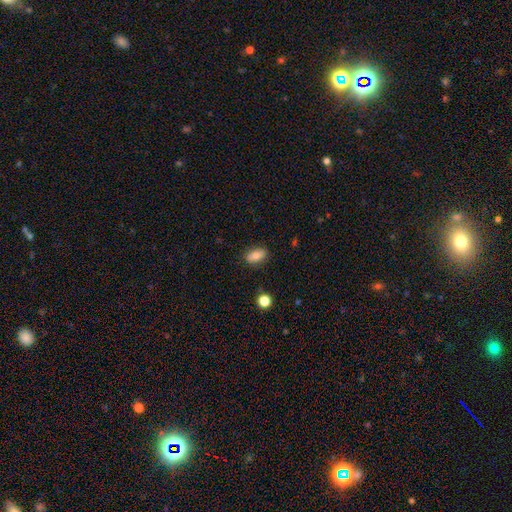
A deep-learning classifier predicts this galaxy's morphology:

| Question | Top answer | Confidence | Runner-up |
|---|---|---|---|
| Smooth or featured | smooth | 79% | featured or disk (13%) |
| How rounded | in between | 86% | round (8%) |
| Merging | none | 86% | minor disturbance (10%) |